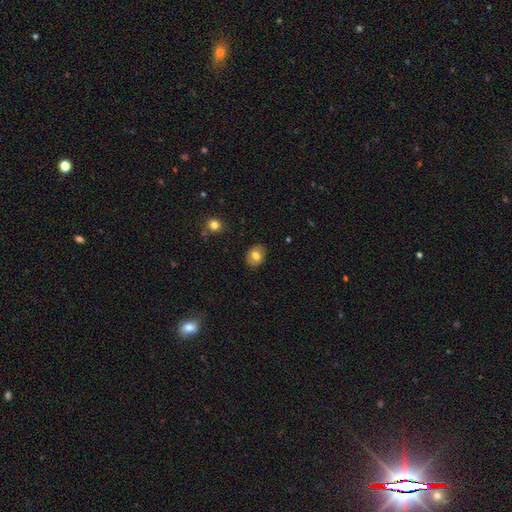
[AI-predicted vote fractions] Smooth or featured? Predicted: smooth (p=0.74). How rounded? Predicted: in between (p=0.50). Merging? Predicted: none (p=0.87).